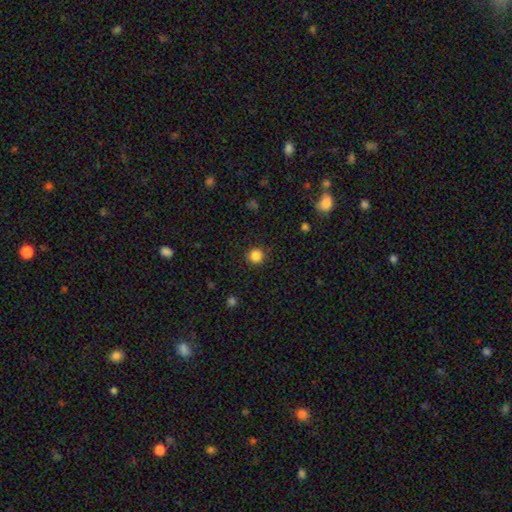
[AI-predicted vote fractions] Smooth or featured: smooth — 85% (star or artifact — 12%)
How rounded: round — 95% (in between — 4%)
Merging: none — 91% (minor disturbance — 6%)